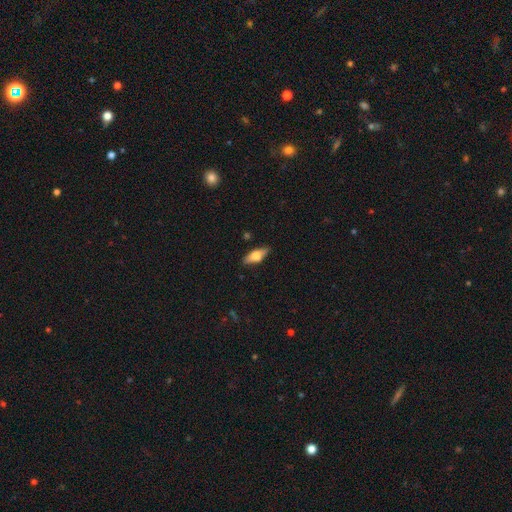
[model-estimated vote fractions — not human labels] Smooth or featured: smooth — 55% (featured or disk — 38%)
How rounded: in between — 65% (cigar-shaped — 32%)
Merging: none — 83% (minor disturbance — 13%)